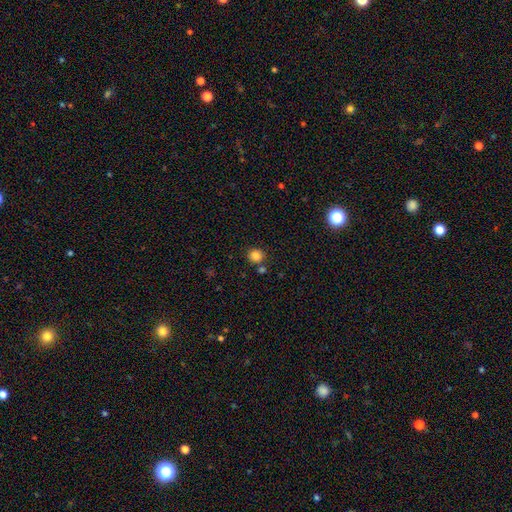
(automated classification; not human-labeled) Q: Smooth or featured?
A: smooth (84%); runner-up: star or artifact (12%)
Q: How rounded?
A: round (90%); runner-up: in between (9%)
Q: Merging?
A: none (81%); runner-up: merger (9%)